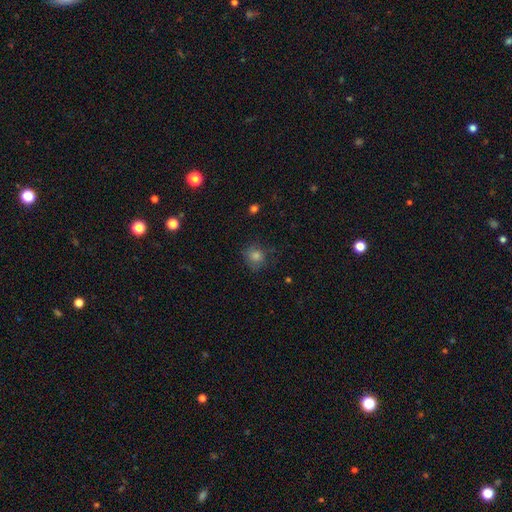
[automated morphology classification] type=smooth (71%); roundness=round (82%); merging=none (73%).